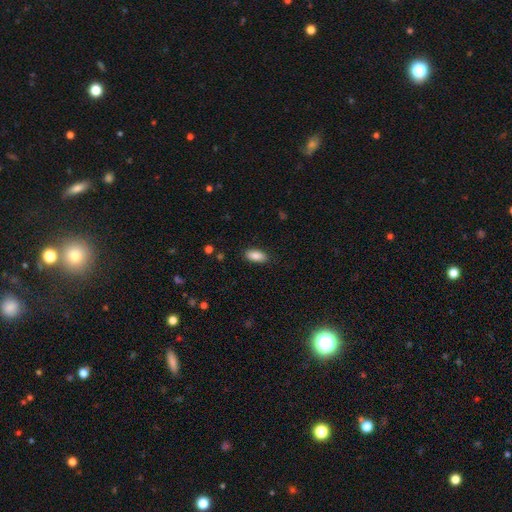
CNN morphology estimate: Smooth or featured?
  - smooth: 89% *
  - star or artifact: 7%
  - featured or disk: 5%
How rounded?
  - in between: 90% *
  - cigar-shaped: 7%
  - round: 2%
Merging?
  - none: 87% *
  - minor disturbance: 10%
  - major disturbance: 2%
  - merger: 1%